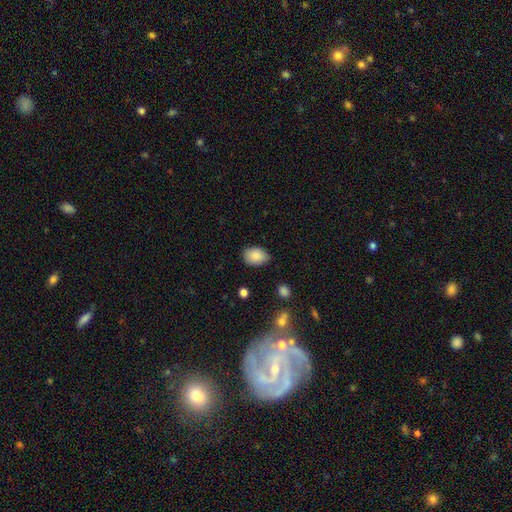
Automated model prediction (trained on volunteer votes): Morphology: type=smooth (87%); roundness=in between (80%); merging=none (80%).